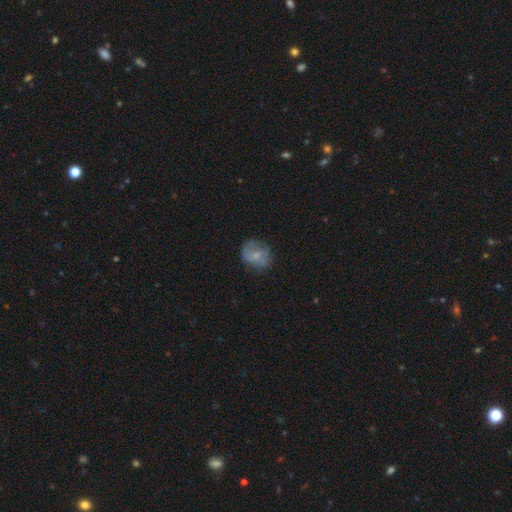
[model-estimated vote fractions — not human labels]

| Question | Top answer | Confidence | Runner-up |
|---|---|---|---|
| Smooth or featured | smooth | 64% | featured or disk (27%) |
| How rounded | round | 66% | in between (33%) |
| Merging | none | 60% | minor disturbance (26%) |